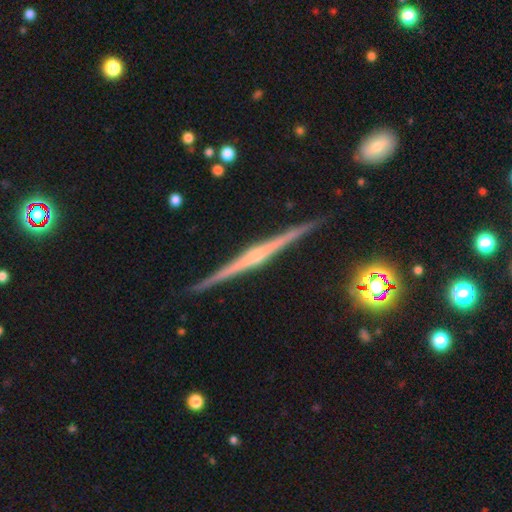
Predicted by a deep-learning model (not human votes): A featured or disk galaxy (83%) viewed edge-on (99%) with a rounded central bulge (67%).

Vote fractions:
- Smooth or featured? featured or disk: 83% / smooth: 11% / star or artifact: 7%
- Edge-on disk? yes: 99% / no: 1%
- Edge-on bulge? rounded: 67% / none: 20% / boxy: 13%
- Merging? none: 91% / minor disturbance: 6% / major disturbance: 1% / merger: 1%